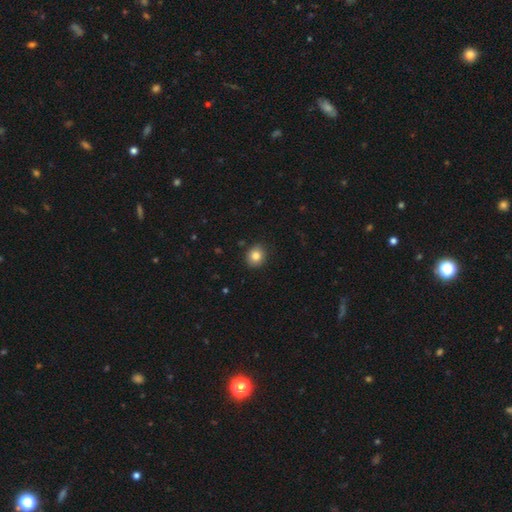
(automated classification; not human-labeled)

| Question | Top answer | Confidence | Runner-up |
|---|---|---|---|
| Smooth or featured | smooth | 84% | star or artifact (10%) |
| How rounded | round | 77% | in between (22%) |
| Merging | none | 88% | minor disturbance (9%) |